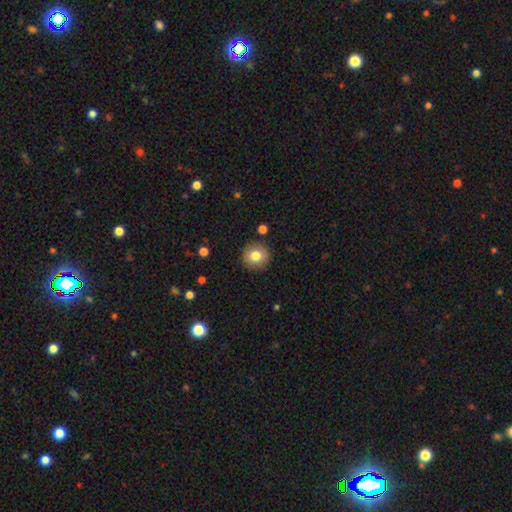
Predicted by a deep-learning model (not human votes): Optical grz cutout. It shows a smooth galaxy with no disk features (80%) that is round (93%). Merging: none (90%).